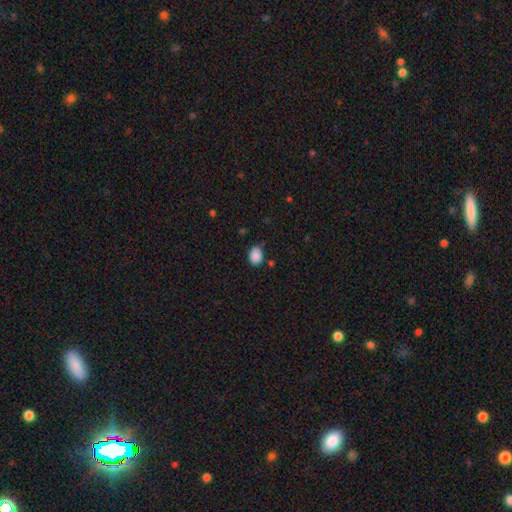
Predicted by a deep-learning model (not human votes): smooth_or_featured: smooth (p=0.88) [alt: star or artifact p=0.09]
how_rounded: in between (p=0.75) [alt: round p=0.24]
merging: none (p=0.72) [alt: minor disturbance p=0.22]